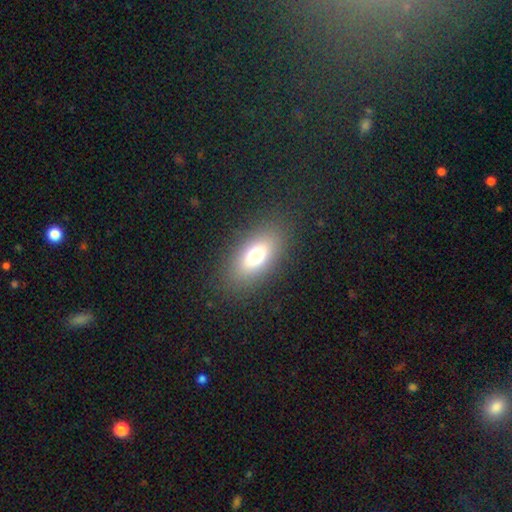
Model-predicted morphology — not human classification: smooth-or-featured: smooth: 69% | featured or disk: 18% | star or artifact: 13%
  how-rounded: in between: 83% | round: 9% | cigar-shaped: 8%
  merging: none: 85% | minor disturbance: 9% | major disturbance: 5% | merger: 1%